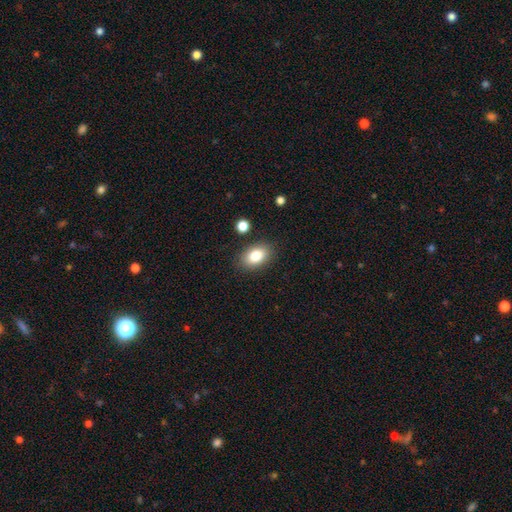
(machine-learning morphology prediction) A smooth galaxy with no disk features (82%) that is in between round and cigar-shaped (87%).

Vote fractions:
- Smooth or featured? smooth: 82% / featured or disk: 9% / star or artifact: 8%
- How rounded? in between: 87% / round: 11% / cigar-shaped: 2%
- Merging? none: 85% / minor disturbance: 10% / major disturbance: 3% / merger: 2%